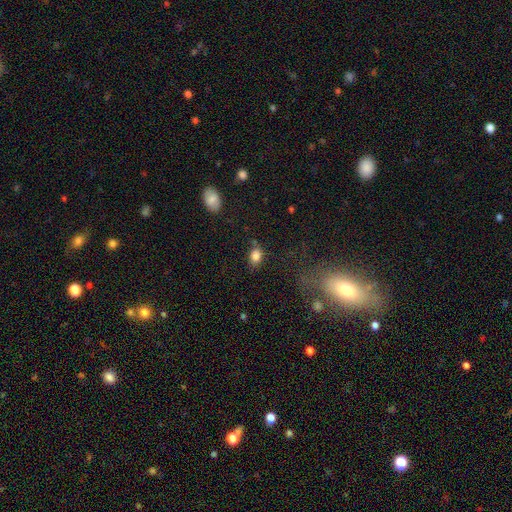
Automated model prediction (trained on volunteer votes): Morphology: type=smooth (84%); roundness=in between (73%); merging=none (71%).